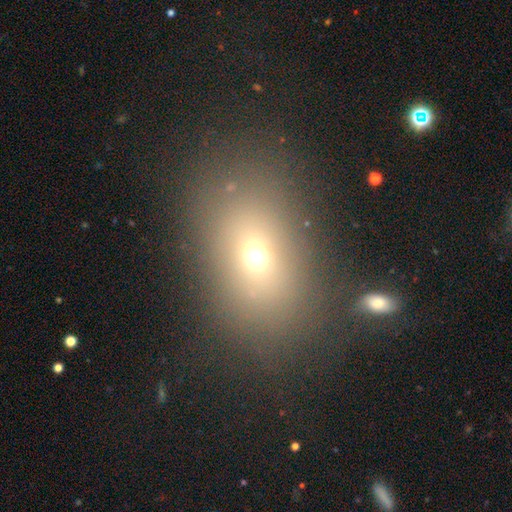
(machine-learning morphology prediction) A smooth galaxy with no disk features (65%) that is in between round and cigar-shaped (76%). Merging: none (79%).